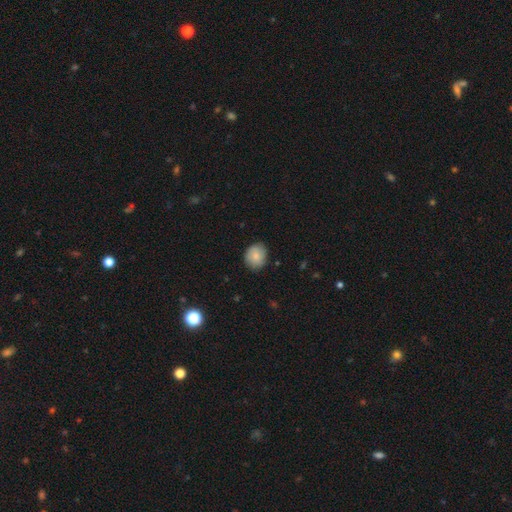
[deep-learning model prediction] smooth_or_featured: smooth (p=0.83) [alt: featured or disk p=0.10]
how_rounded: round (p=0.68) [alt: in between p=0.31]
merging: none (p=0.81) [alt: minor disturbance p=0.15]